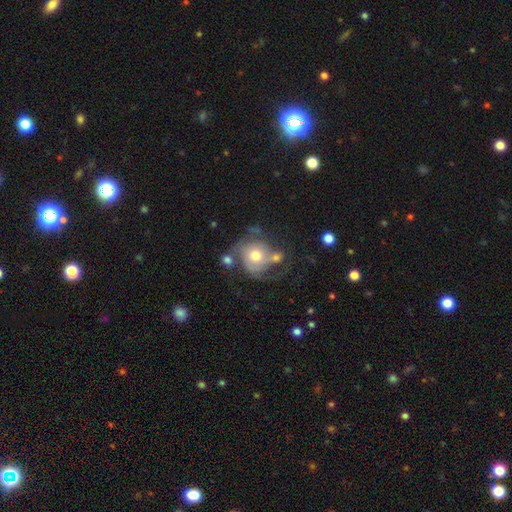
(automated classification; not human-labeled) Smooth or featured? Predicted: featured or disk (p=0.58). Edge-on disk? Predicted: no (p=0.97). Bar? Predicted: no (p=0.82). Spiral arms? Predicted: yes (p=0.74). Bulge size? Predicted: moderate (p=0.70). Merging? Predicted: none (p=0.34).